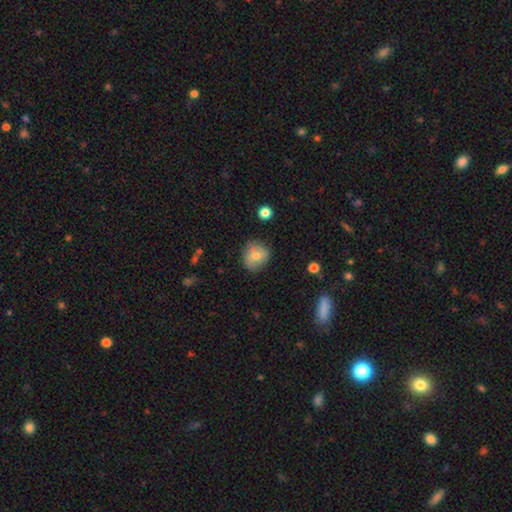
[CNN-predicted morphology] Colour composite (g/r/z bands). It shows a smooth galaxy with no disk features (66%) that is round (81%). Merging: none (78%).